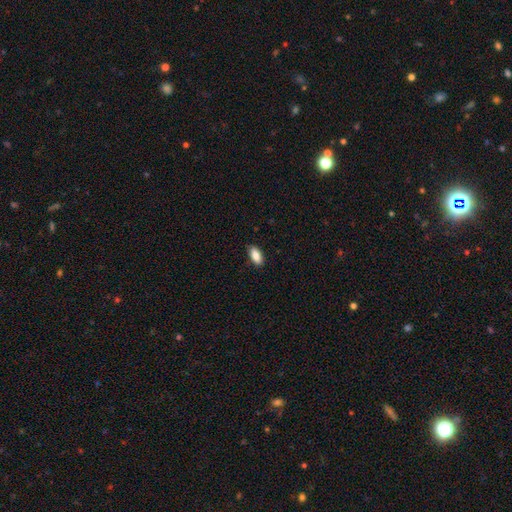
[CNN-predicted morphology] smooth_or_featured: smooth (p=0.88) [alt: star or artifact p=0.07]
how_rounded: in between (p=0.88) [alt: cigar-shaped p=0.10]
merging: none (p=0.88) [alt: minor disturbance p=0.09]